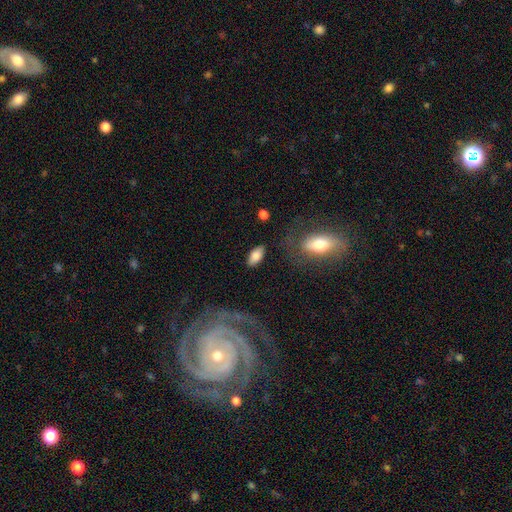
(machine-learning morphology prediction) type=smooth (82%); roundness=in between (90%); merging=none (83%).